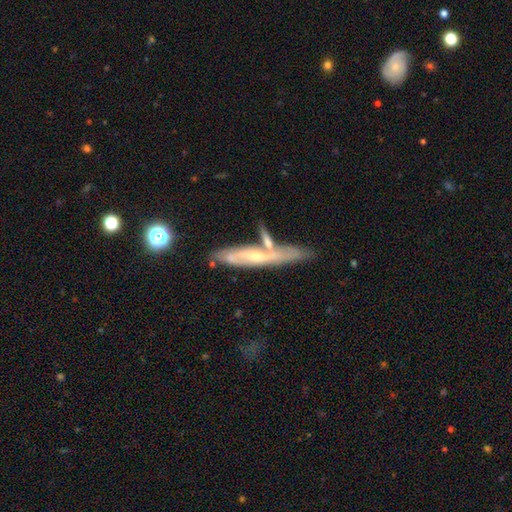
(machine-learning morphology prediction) A featured or disk galaxy (66%) viewed edge-on (70%).

Vote fractions:
- Smooth or featured? featured or disk: 66% / smooth: 27% / star or artifact: 7%
- Edge-on disk? yes: 70% / no: 30%
- Merging? none: 50% / merger: 26% / minor disturbance: 18% / major disturbance: 7%